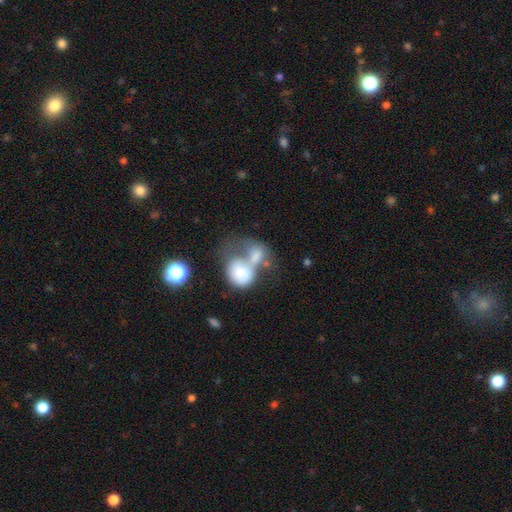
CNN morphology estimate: This is likely a smooth galaxy (68%). How rounded: possibly in between (54%). Merging: likely merger (65%).